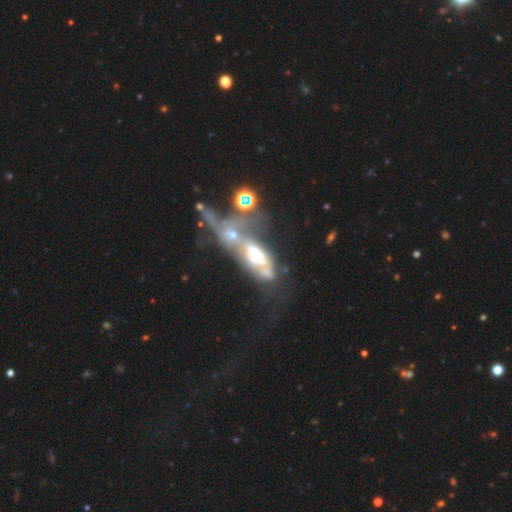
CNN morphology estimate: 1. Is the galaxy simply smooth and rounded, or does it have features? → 61% featured or disk, 25% smooth, 13% star or artifact.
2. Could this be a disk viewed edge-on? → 86% no, 14% yes.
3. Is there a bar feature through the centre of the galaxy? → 71% no, 19% weak, 10% strong.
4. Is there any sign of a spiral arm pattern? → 67% no, 33% yes.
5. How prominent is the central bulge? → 52% moderate, 20% large, 17% small, 8% none, 3% dominant.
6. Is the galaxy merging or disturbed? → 61% merger, 24% major disturbance, 8% none, 7% minor disturbance.